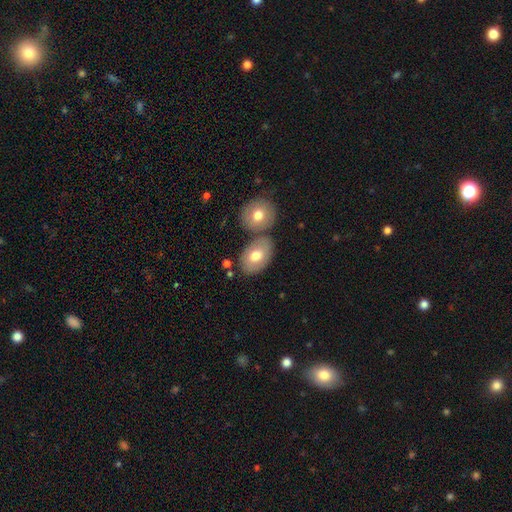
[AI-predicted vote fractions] smooth 73%, featured or disk 21%, star or artifact 6%. Down the decision tree: how rounded — in between (86%); merging — none (63%).